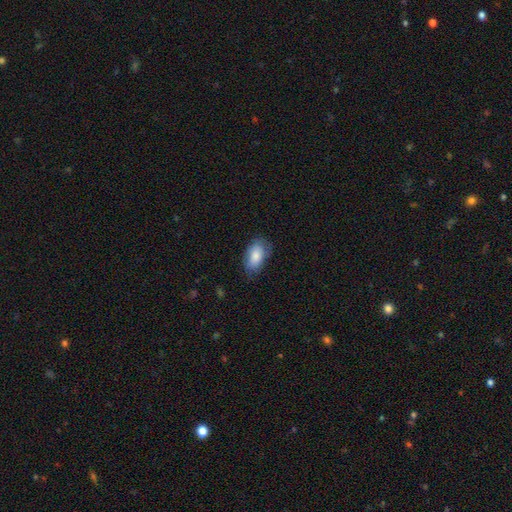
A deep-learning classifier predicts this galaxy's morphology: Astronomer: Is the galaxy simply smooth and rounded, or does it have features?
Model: smooth — 82%.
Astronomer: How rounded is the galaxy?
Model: in between — 93%.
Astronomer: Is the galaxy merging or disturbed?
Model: none — 71%.